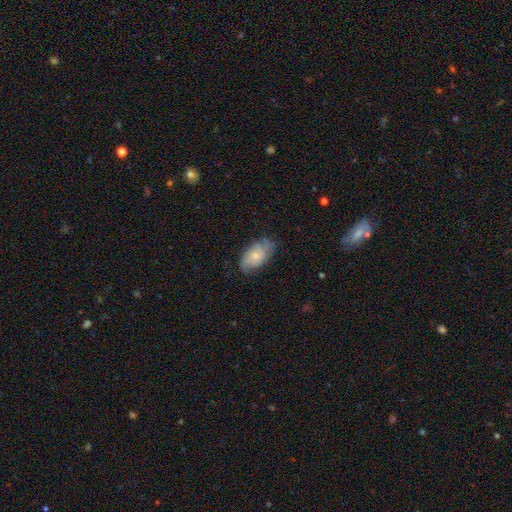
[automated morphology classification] Smooth or featured? smooth (52%)
How rounded? in between (92%)
Merging? none (66%)